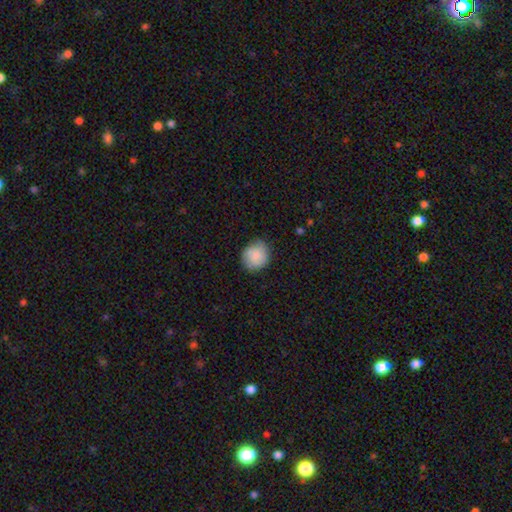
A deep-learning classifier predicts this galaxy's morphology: Overall: smooth (85%). How rounded: round (79%). Merging: none (77%).